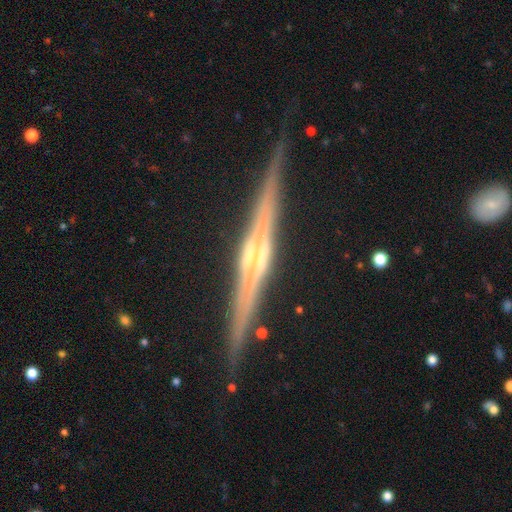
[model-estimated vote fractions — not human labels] The model was most divided on "edge-on bulge": rounded: 59%, boxy: 24%, none: 17%. More confident: edge-on disk — yes (98%); merging — none (89%); smooth or featured — featured or disk (86%).